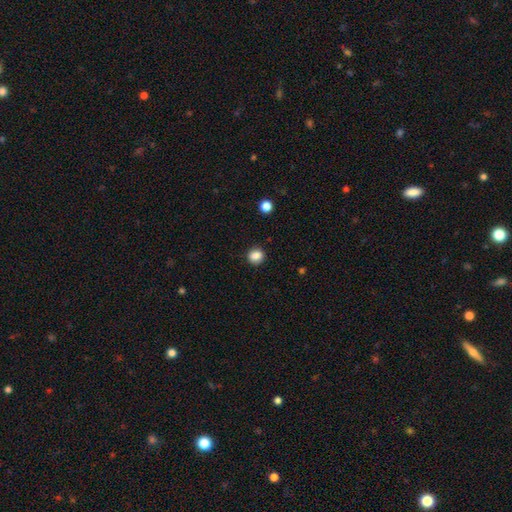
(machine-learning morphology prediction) The model was most divided on "how rounded": round: 78%, in between: 21%, cigar-shaped: 1%. More confident: merging — none (88%); smooth or featured — smooth (86%).